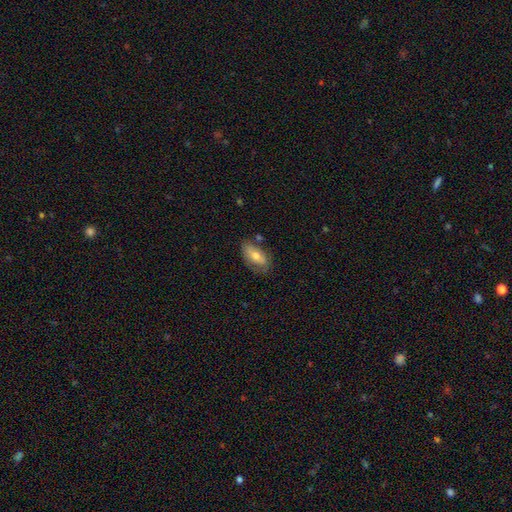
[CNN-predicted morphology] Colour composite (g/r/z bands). It shows a smooth galaxy with no disk features (62%) that is in between round and cigar-shaped (87%). Merging: none (73%).